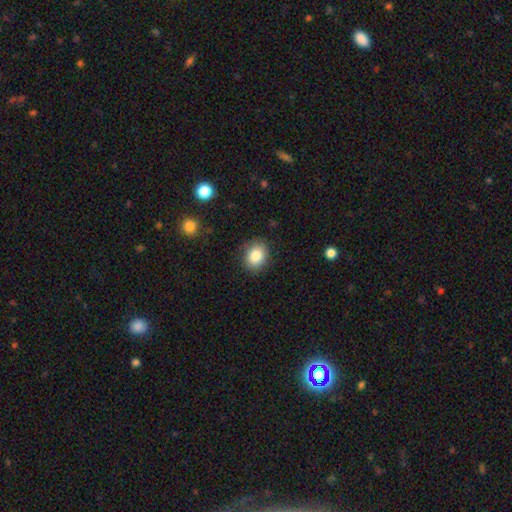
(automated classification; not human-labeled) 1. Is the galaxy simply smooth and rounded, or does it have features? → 84% smooth, 9% star or artifact, 7% featured or disk.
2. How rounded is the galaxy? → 54% round, 45% in between, 1% cigar-shaped.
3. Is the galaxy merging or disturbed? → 86% none, 10% minor disturbance, 3% major disturbance, 1% merger.